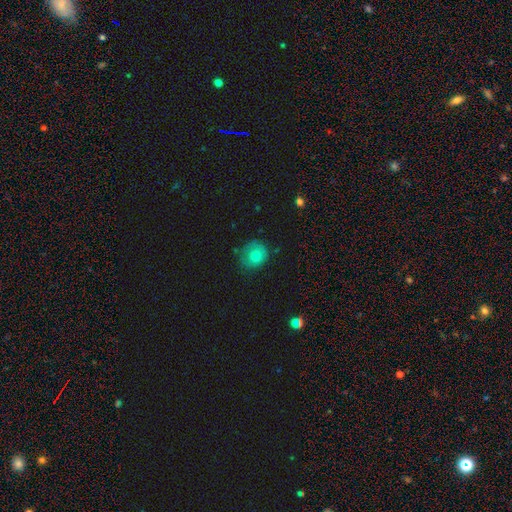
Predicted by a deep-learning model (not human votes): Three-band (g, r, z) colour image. It shows a smooth galaxy with no disk features (72%) that is round (79%). Merging: none (61%).